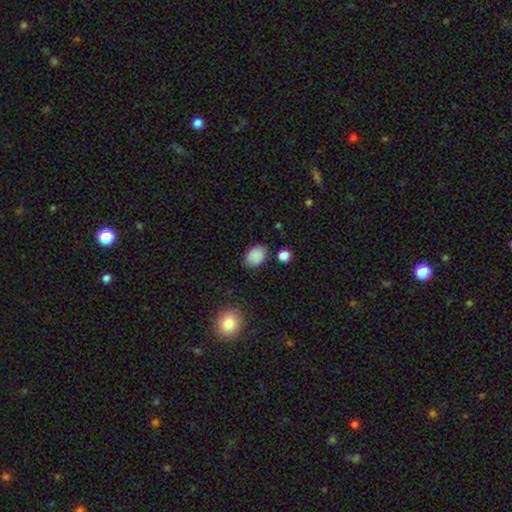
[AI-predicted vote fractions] This appears to be a smooth galaxy with no disk features (88%) that is in between round and cigar-shaped (78%). Merging: none (81%).